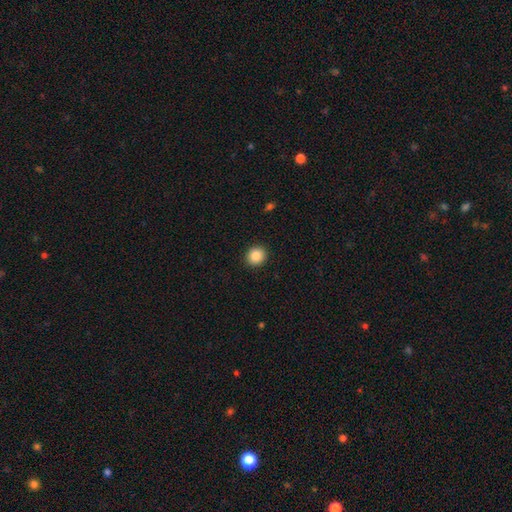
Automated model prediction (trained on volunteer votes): This appears to be a smooth galaxy with no disk features (86%) that is round (88%). Merging: none (92%).